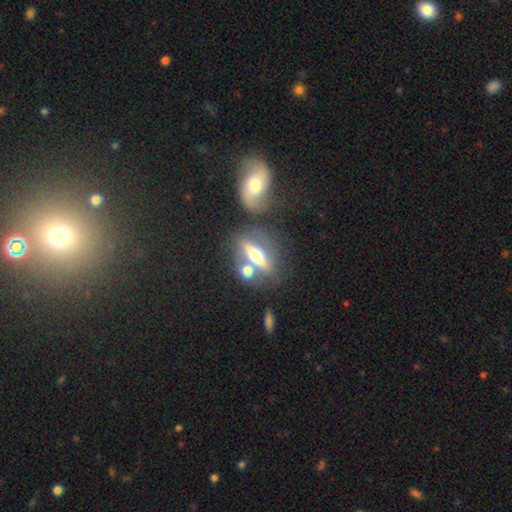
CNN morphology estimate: smooth_or_featured: featured or disk (p=0.63) [alt: smooth p=0.28]
disk_edge_on: yes (p=0.70) [alt: no p=0.30]
merging: none (p=0.55) [alt: merger p=0.27]